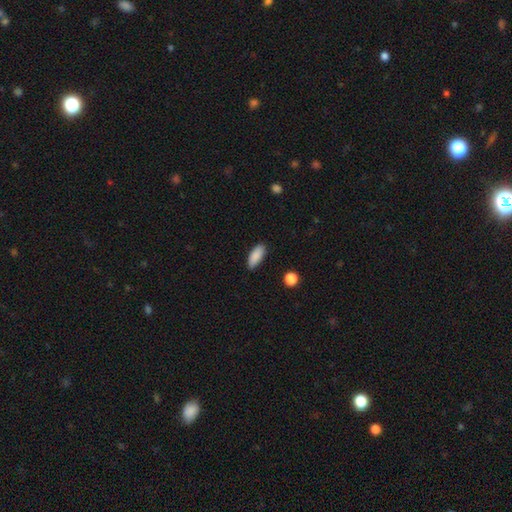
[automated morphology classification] A smooth galaxy with no disk features (89%) that is in between round and cigar-shaped (81%). Merging: none (84%).